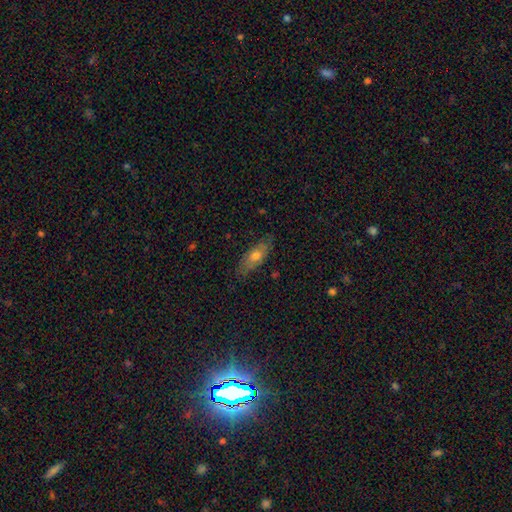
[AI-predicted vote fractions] This is possibly a smooth galaxy (58%). How rounded: likely in between (64%). Merging: likely none (80%).